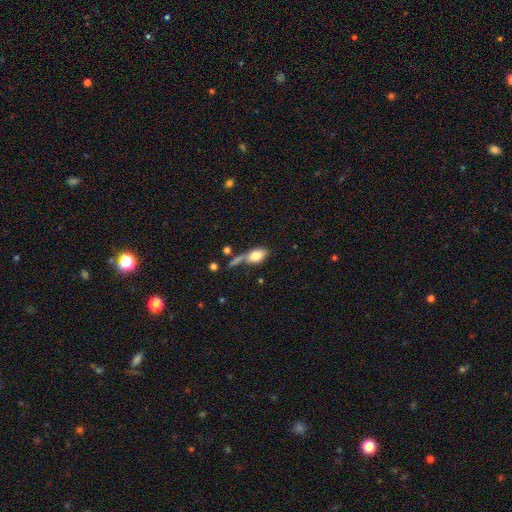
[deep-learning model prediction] The model was most divided on "merging": none: 41%, merger: 24%, minor disturbance: 20%, major disturbance: 16%. More confident: how rounded — in between (85%); smooth or featured — smooth (74%).